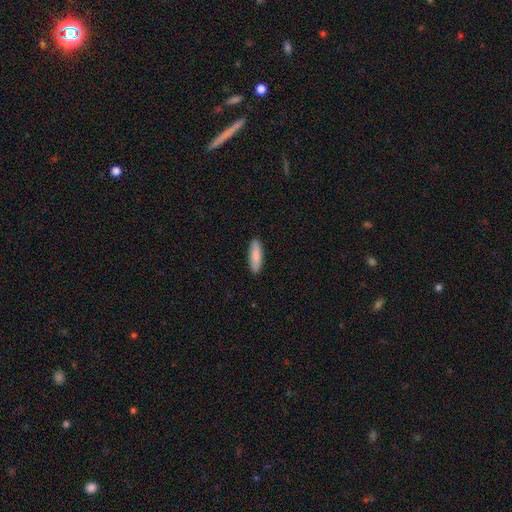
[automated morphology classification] A smooth galaxy with no disk features (87%) that is in between round and cigar-shaped (50%). Merging: none (89%).